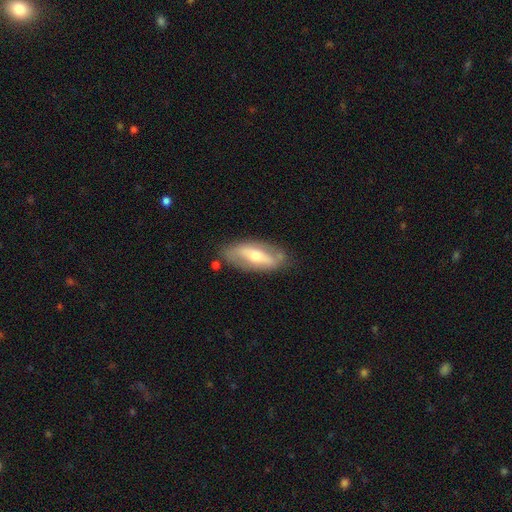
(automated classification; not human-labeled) A featured or disk galaxy (63%).

Vote fractions:
- Smooth or featured? featured or disk: 63% / smooth: 31% / star or artifact: 6%
- Edge-on disk? no: 77% / yes: 23%
- Merging? none: 73% / minor disturbance: 18% / major disturbance: 5% / merger: 3%